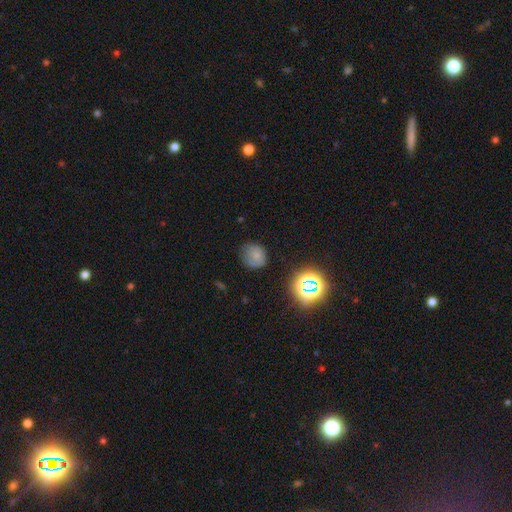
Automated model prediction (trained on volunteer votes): Overall: smooth (68%). How rounded: round (72%). Merging: none (65%).